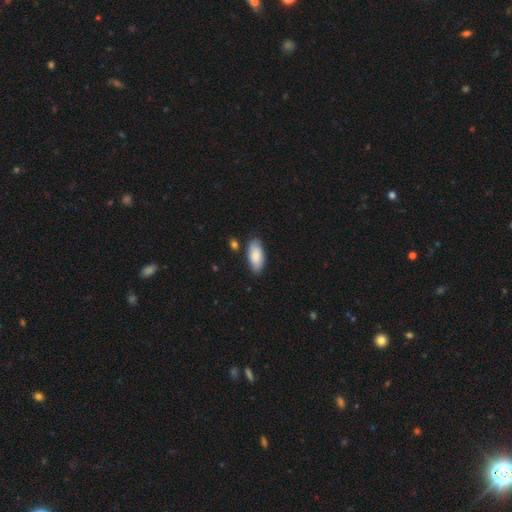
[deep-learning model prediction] Overall: smooth (84%). How rounded: in between (91%). Merging: none (82%).